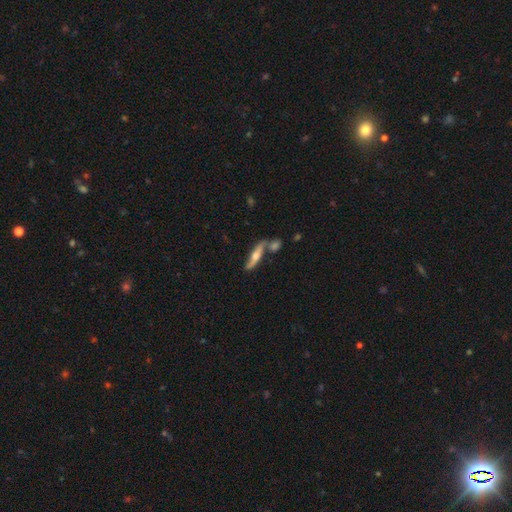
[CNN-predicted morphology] Q: Smooth or featured?
A: featured or disk (68%); runner-up: smooth (27%)
Q: Edge-on disk?
A: yes (67%); runner-up: no (33%)
Q: Merging?
A: none (61%); runner-up: merger (20%)